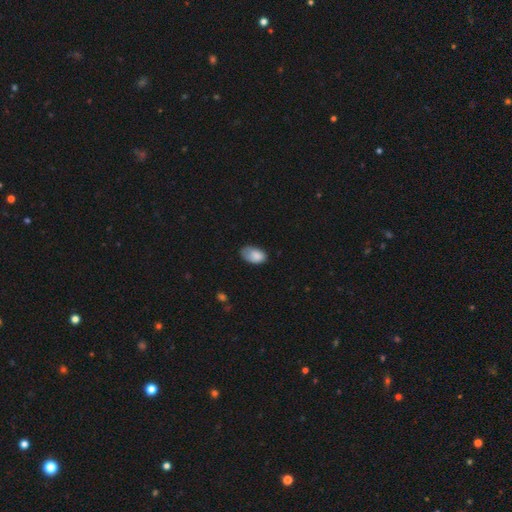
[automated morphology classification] smooth 83%, featured or disk 10%, star or artifact 7%. Down the decision tree: how rounded — in between (92%); merging — none (52%).